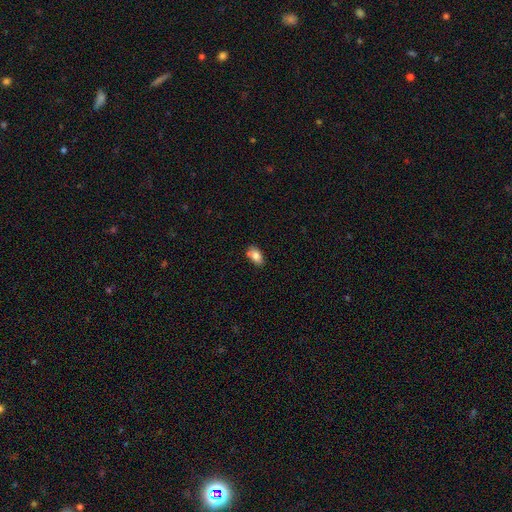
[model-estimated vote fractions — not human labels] Smooth or featured? Predicted: smooth (p=0.81). How rounded? Predicted: in between (p=0.90). Merging? Predicted: none (p=0.70).